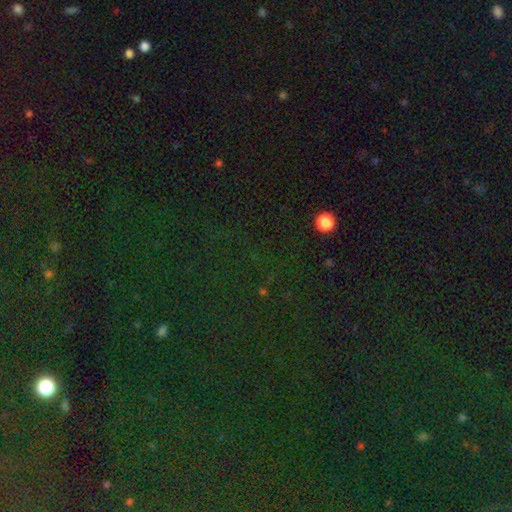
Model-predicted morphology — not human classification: smooth_or_featured: star or artifact (p=0.80) [alt: smooth p=0.13]